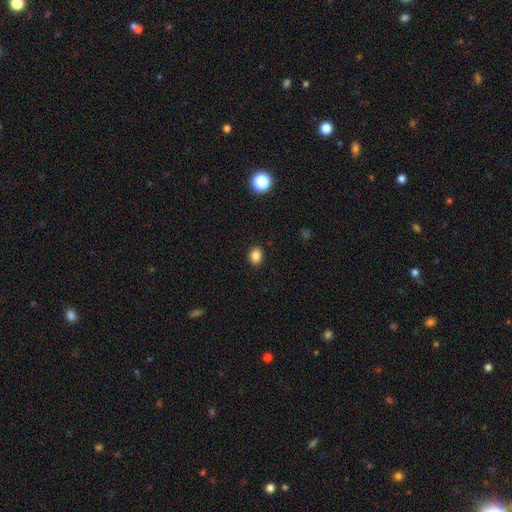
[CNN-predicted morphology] Smooth or featured? Predicted: smooth (p=0.84). How rounded? Predicted: in between (p=0.60). Merging? Predicted: none (p=0.89).